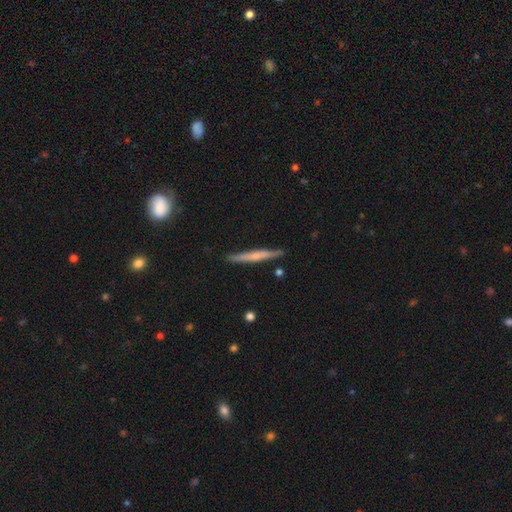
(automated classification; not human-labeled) Smooth or featured? featured or disk (50%)
Edge-on disk? yes (97%)
Merging? none (88%)